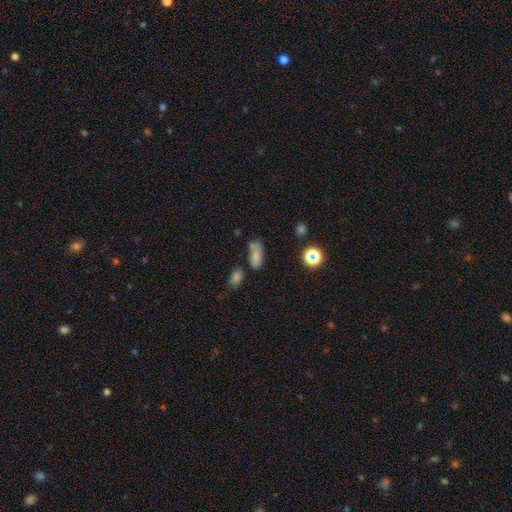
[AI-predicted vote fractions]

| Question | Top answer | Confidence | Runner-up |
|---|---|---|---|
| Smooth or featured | smooth | 71% | star or artifact (16%) |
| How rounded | in between | 82% | cigar-shaped (11%) |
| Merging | none | 46% | merger (22%) |